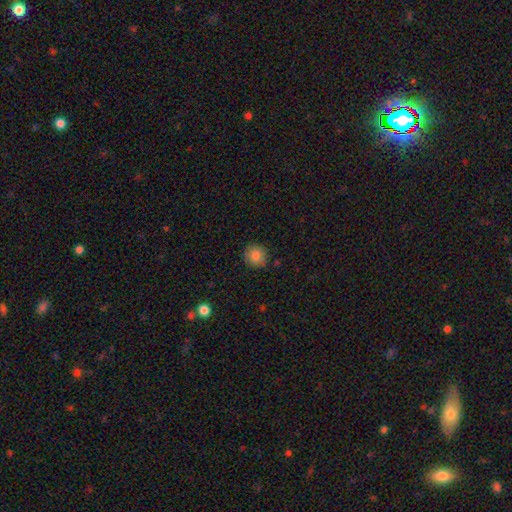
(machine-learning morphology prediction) Smooth or featured? Predicted: smooth (p=0.84). How rounded? Predicted: round (p=0.90). Merging? Predicted: none (p=0.87).